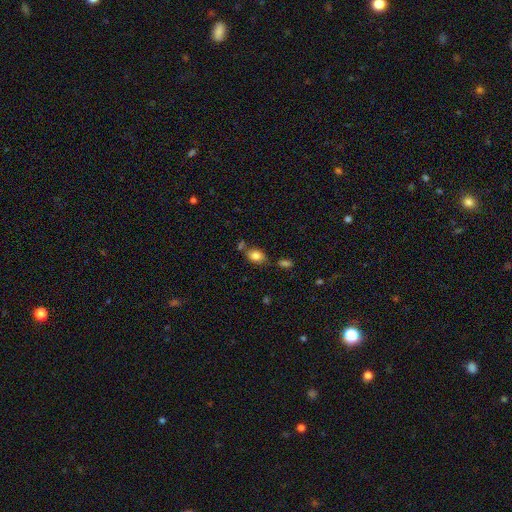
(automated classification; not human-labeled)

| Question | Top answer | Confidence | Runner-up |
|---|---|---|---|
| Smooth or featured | smooth | 82% | featured or disk (10%) |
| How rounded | in between | 83% | round (15%) |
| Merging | none | 66% | minor disturbance (17%) |